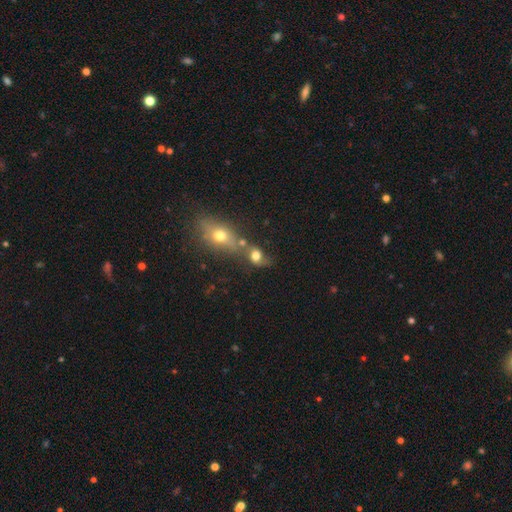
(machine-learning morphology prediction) Smooth or featured?
  - smooth: 66% *
  - featured or disk: 20%
  - star or artifact: 14%
How rounded?
  - in between: 56% *
  - round: 40%
  - cigar-shaped: 4%
Merging?
  - merger: 45% *
  - none: 33%
  - minor disturbance: 12%
  - major disturbance: 9%